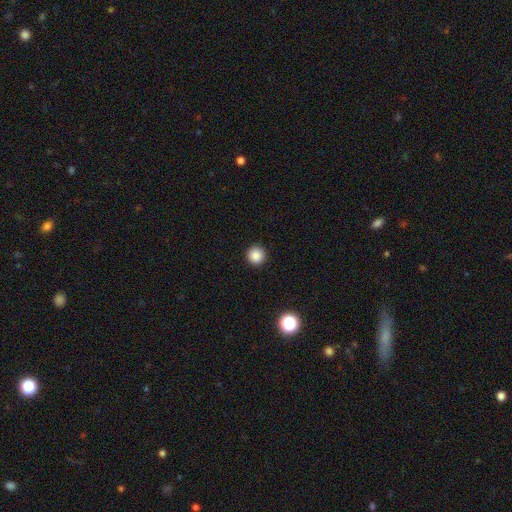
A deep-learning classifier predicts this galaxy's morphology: Smooth or featured? smooth (86%)
How rounded? round (96%)
Merging? none (93%)